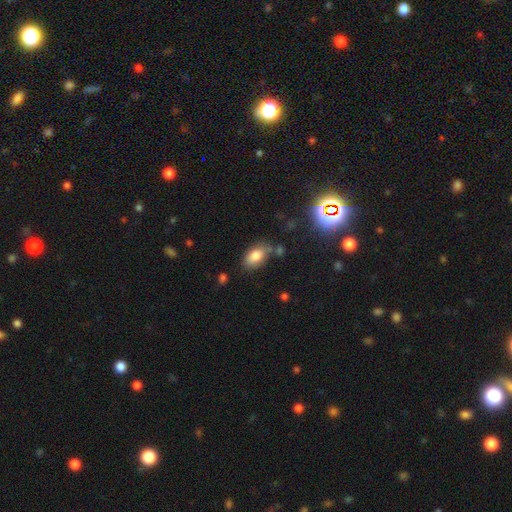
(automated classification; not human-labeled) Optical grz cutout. It shows a smooth galaxy with no disk features (81%) that is in between round and cigar-shaped (92%). Merging: none (70%).